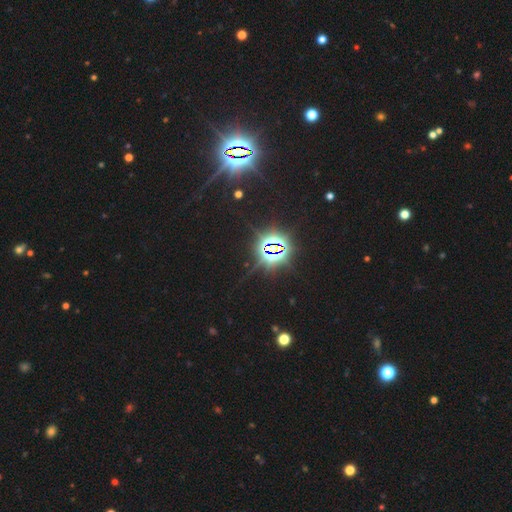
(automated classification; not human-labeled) Smooth or featured?
  - star or artifact: 84% *
  - smooth: 10%
  - featured or disk: 6%